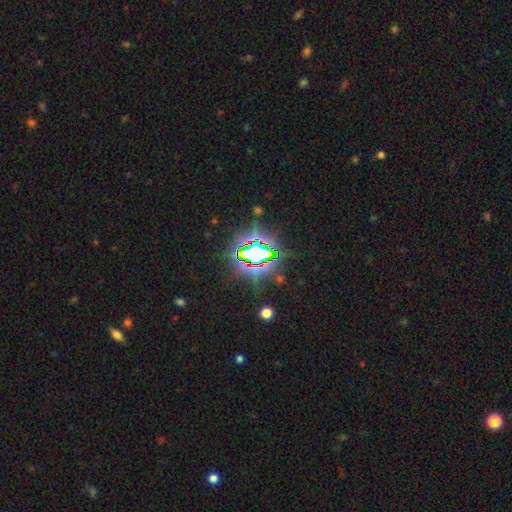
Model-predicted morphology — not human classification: Smooth or featured?
  - star or artifact: 80% *
  - smooth: 11%
  - featured or disk: 9%